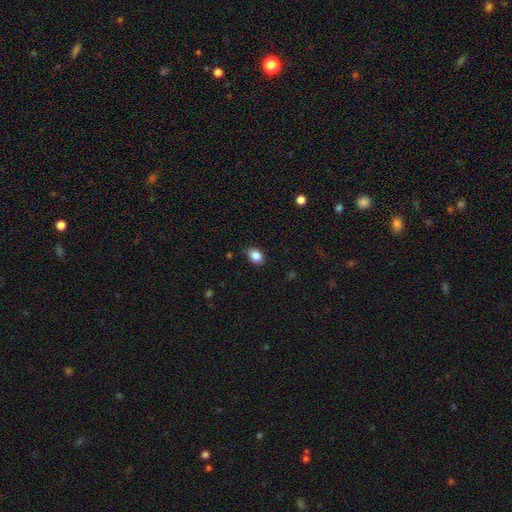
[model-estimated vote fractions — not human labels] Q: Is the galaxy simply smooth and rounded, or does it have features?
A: smooth — 86%.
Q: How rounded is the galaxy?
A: in between — 82%.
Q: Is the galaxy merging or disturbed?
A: none — 82%.